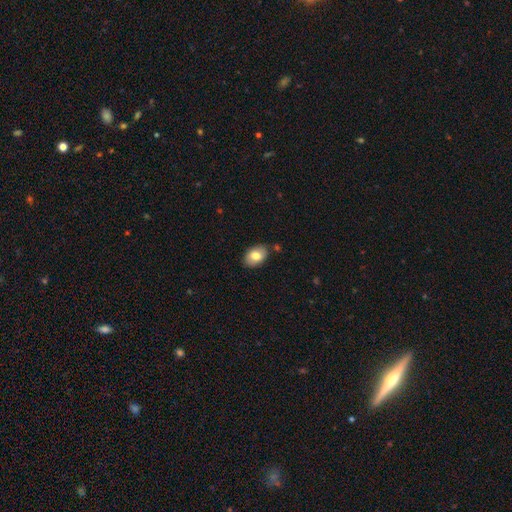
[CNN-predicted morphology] Smooth or featured: smooth — 78% (featured or disk — 15%)
How rounded: in between — 87% (round — 12%)
Merging: none — 83% (minor disturbance — 12%)